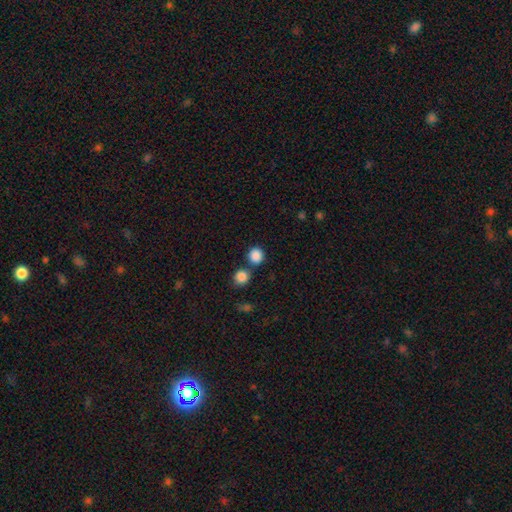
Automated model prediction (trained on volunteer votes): smooth_or_featured: smooth (p=0.87) [alt: star or artifact p=0.10]
how_rounded: round (p=0.87) [alt: in between p=0.12]
merging: none (p=0.69) [alt: merger p=0.20]